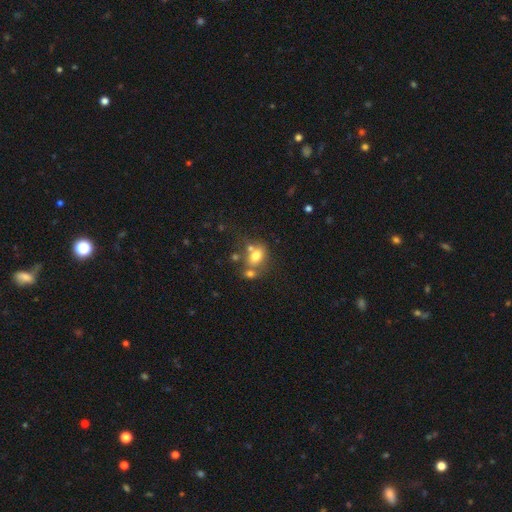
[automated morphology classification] smooth_or_featured: smooth (p=0.72) [alt: featured or disk p=0.16]
how_rounded: in between (p=0.67) [alt: round p=0.31]
merging: none (p=0.44) [alt: merger p=0.35]